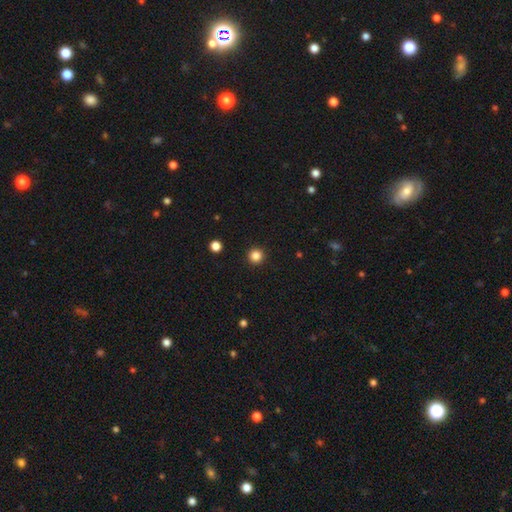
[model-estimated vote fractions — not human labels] Smooth or featured: smooth — 85% (star or artifact — 12%)
How rounded: round — 96% (in between — 3%)
Merging: none — 93% (minor disturbance — 4%)